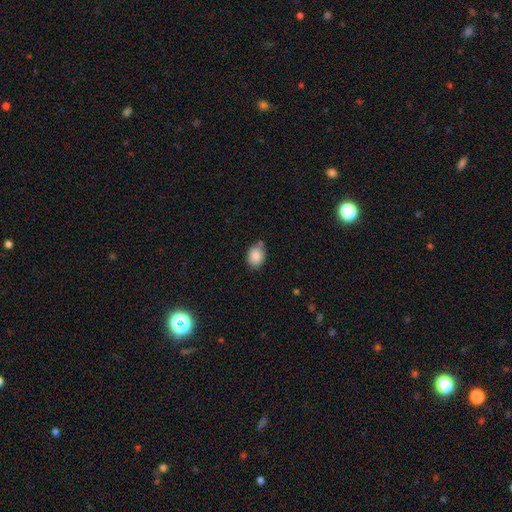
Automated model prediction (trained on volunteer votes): Q: Smooth or featured?
A: smooth (87%); runner-up: star or artifact (8%)
Q: How rounded?
A: in between (63%); runner-up: round (36%)
Q: Merging?
A: none (67%); runner-up: minor disturbance (20%)